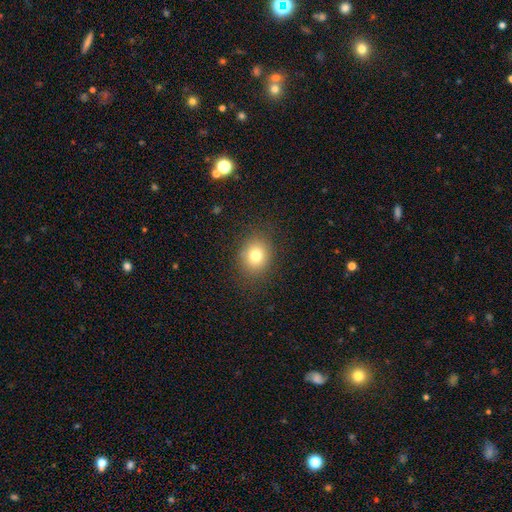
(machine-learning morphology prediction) Smooth or featured: smooth — 77% (star or artifact — 13%)
How rounded: round — 67% (in between — 32%)
Merging: none — 86% (minor disturbance — 9%)